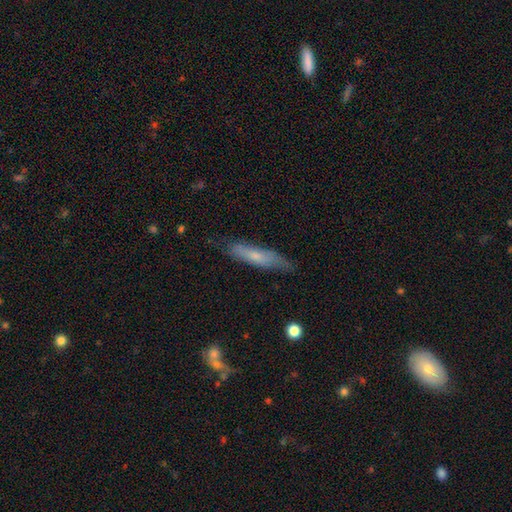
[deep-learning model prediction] Q: Smooth or featured?
A: smooth (58%); runner-up: featured or disk (35%)
Q: How rounded?
A: cigar-shaped (83%); runner-up: in between (16%)
Q: Merging?
A: none (74%); runner-up: minor disturbance (20%)